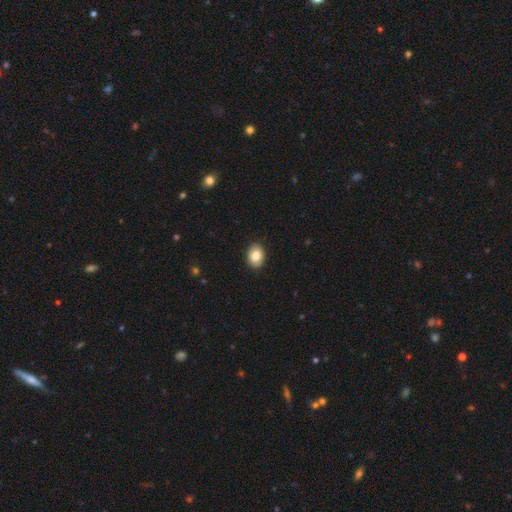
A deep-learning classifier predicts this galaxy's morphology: type=smooth (86%); roundness=in between (72%); merging=none (90%).